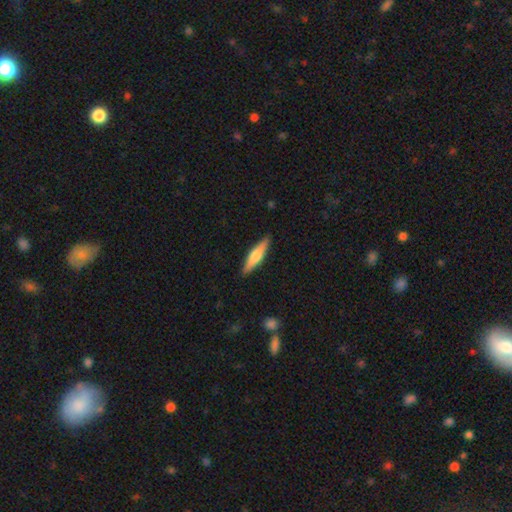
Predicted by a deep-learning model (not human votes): This appears to be a smooth galaxy with no disk features (53%) that is cigar-shaped (79%). Merging: none (90%).